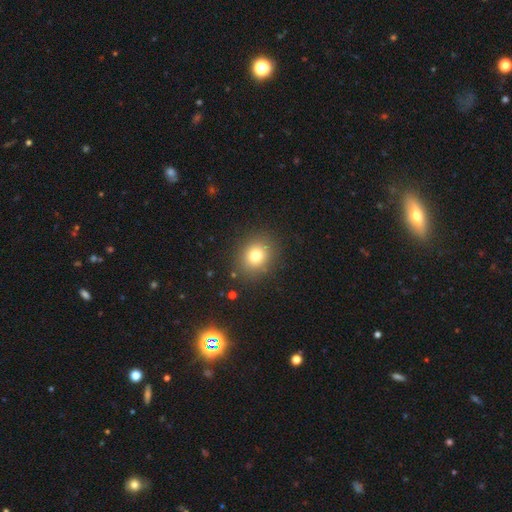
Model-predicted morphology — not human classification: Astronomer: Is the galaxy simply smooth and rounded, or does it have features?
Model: smooth — 77%.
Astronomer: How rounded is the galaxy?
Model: round — 71%.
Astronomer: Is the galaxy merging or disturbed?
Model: none — 87%.